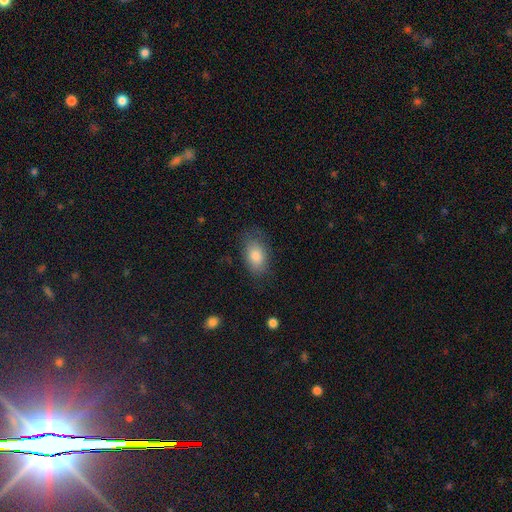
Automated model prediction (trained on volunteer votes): Smooth or featured?
  - smooth: 83% *
  - featured or disk: 10%
  - star or artifact: 7%
How rounded?
  - in between: 89% *
  - round: 9%
  - cigar-shaped: 2%
Merging?
  - none: 75% *
  - minor disturbance: 18%
  - major disturbance: 6%
  - merger: 1%